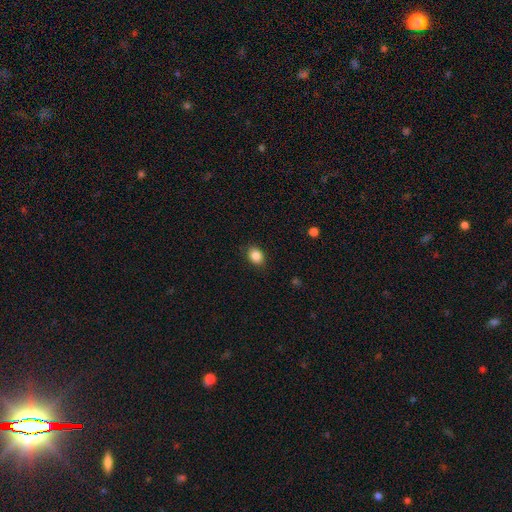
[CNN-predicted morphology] smooth-or-featured: smooth: 86% | star or artifact: 9% | featured or disk: 5%
  how-rounded: in between: 59% | round: 40% | cigar-shaped: 1%
  merging: none: 86% | minor disturbance: 10% | major disturbance: 2% | merger: 1%